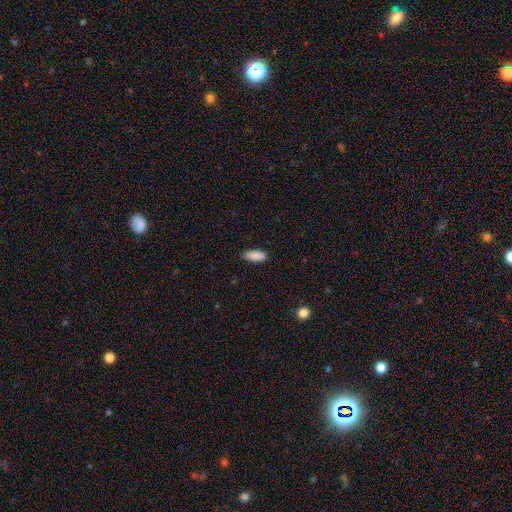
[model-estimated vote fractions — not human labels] A smooth galaxy with no disk features (89%) that is in between round and cigar-shaped (85%). Merging: none (82%).